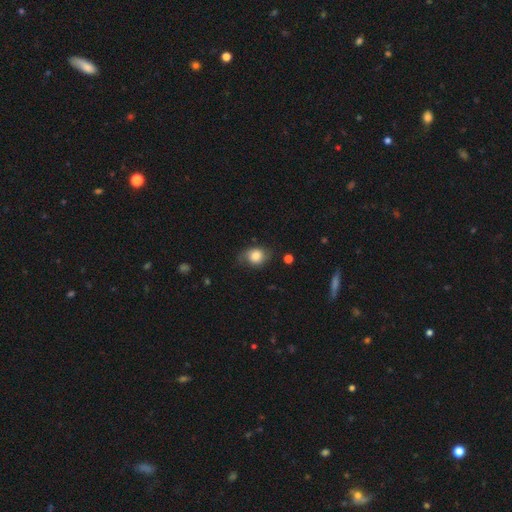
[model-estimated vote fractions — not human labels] A smooth galaxy with no disk features (73%) that is round (52%). Merging: none (61%).